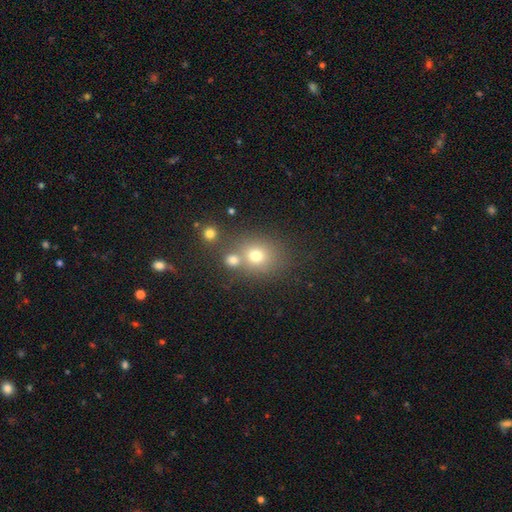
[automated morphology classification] Smooth or featured: smooth — 71% (star or artifact — 17%)
How rounded: round — 73% (in between — 26%)
Merging: none — 57% (merger — 28%)